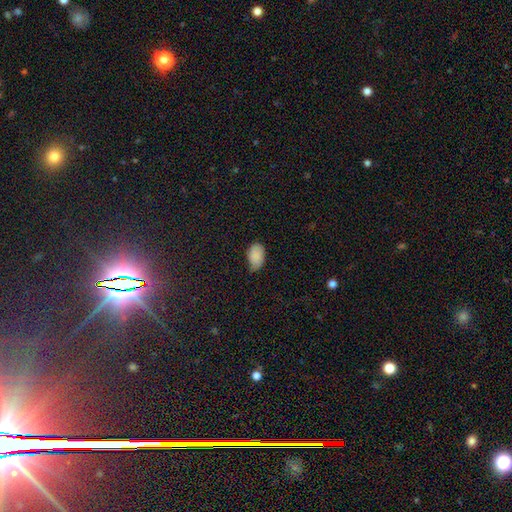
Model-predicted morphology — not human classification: smooth 88%, star or artifact 8%, featured or disk 5%. Down the decision tree: how rounded — in between (92%); merging — none (58%).